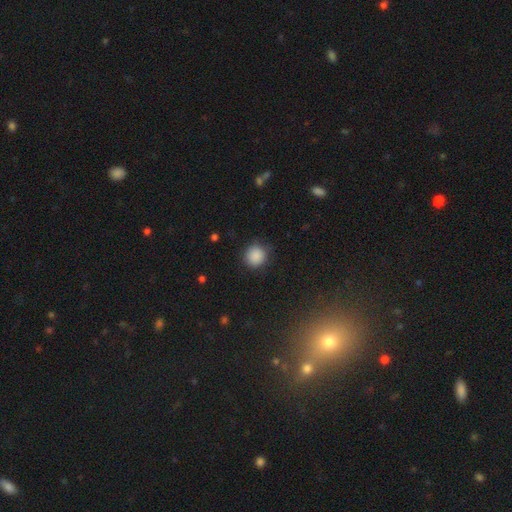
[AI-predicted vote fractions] A smooth galaxy with no disk features (88%) that is round (91%). Merging: none (85%).